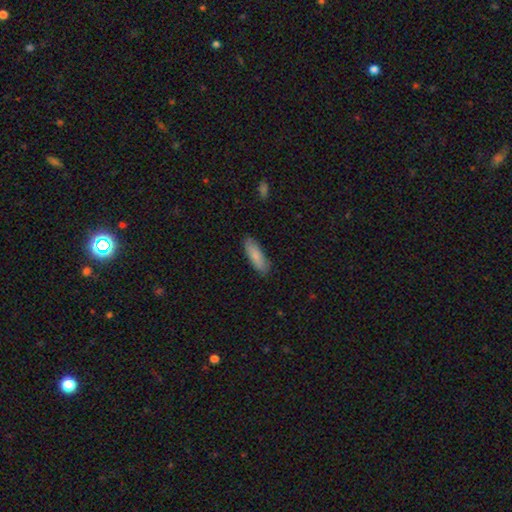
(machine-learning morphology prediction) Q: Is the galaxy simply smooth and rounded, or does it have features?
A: smooth — 85%.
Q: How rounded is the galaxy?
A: in between — 50%.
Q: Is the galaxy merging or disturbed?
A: none — 86%.